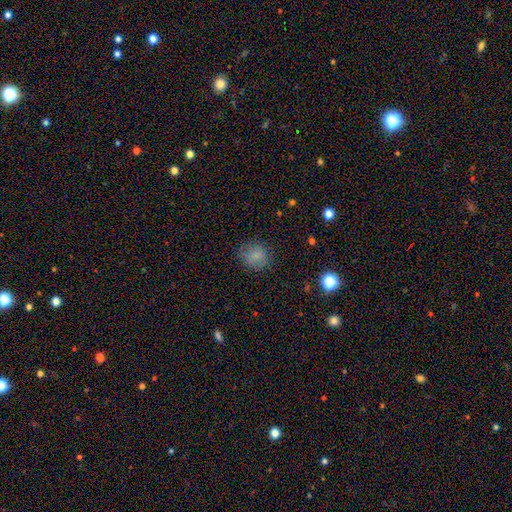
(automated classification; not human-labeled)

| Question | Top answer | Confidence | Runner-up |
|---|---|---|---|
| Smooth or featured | smooth | 80% | star or artifact (12%) |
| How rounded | round | 82% | in between (17%) |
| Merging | none | 78% | minor disturbance (15%) |